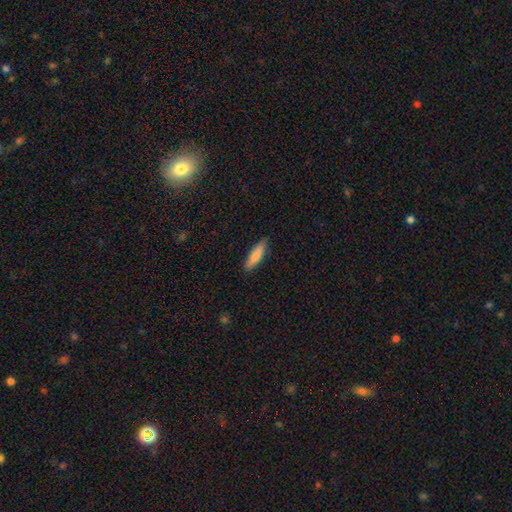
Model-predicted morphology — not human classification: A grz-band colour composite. It shows a smooth galaxy with no disk features (77%) that is cigar-shaped (69%). Merging: none (87%).